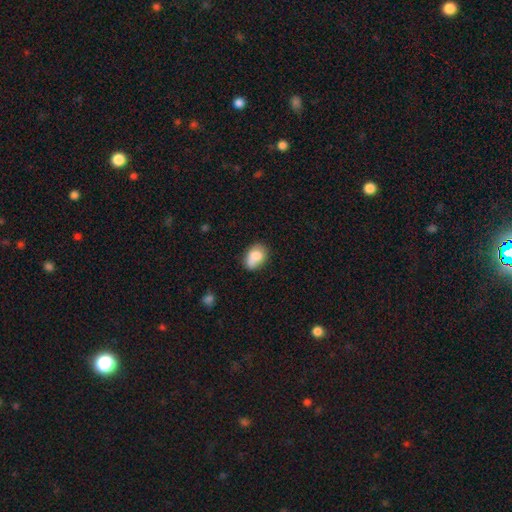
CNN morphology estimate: A smooth galaxy with no disk features (77%) that is in between round and cigar-shaped (73%).

Vote fractions:
- Smooth or featured? smooth: 77% / featured or disk: 15% / star or artifact: 8%
- How rounded? in between: 73% / round: 26% / cigar-shaped: 1%
- Merging? none: 51% / minor disturbance: 28% / merger: 13% / major disturbance: 8%